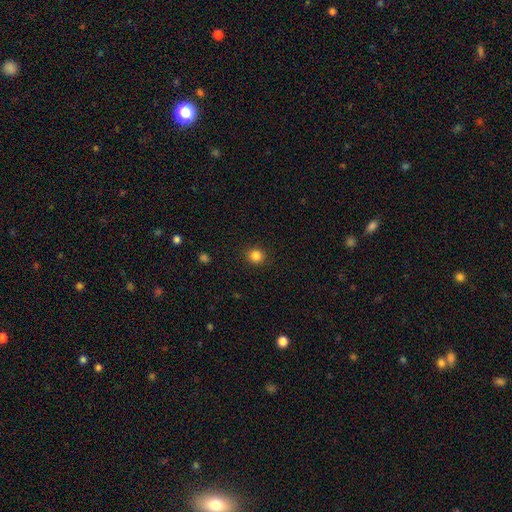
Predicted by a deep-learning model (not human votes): This is clearly a smooth galaxy (84%). How rounded: clearly round (87%). Merging: clearly none (91%).